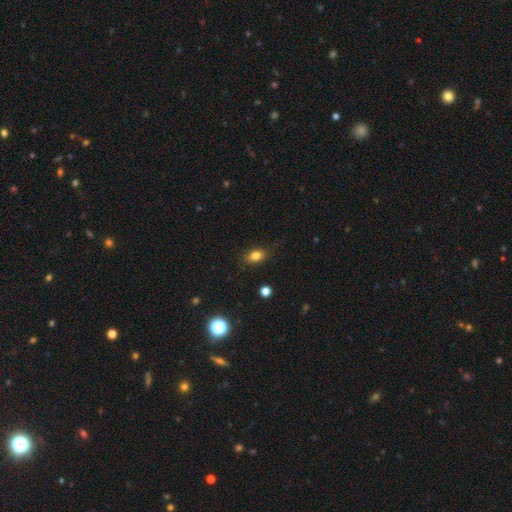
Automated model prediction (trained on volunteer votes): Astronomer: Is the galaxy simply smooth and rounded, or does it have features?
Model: smooth — 80%.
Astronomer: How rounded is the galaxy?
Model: in between — 74%.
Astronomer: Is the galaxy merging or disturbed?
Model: none — 82%.